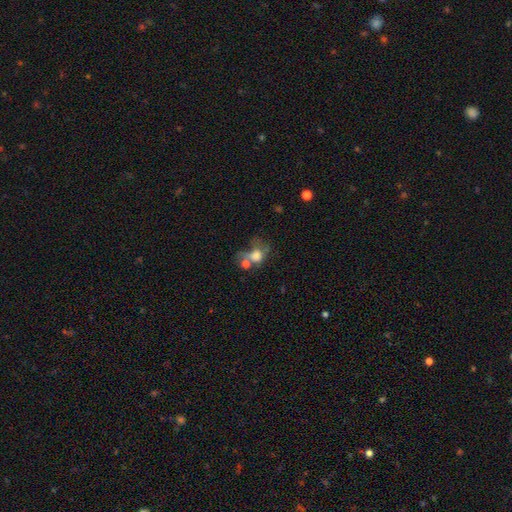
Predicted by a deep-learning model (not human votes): smooth_or_featured: smooth (p=0.65) [alt: featured or disk p=0.22]
how_rounded: round (p=0.54) [alt: in between p=0.45]
merging: merger (p=0.45) [alt: major disturbance p=0.22]